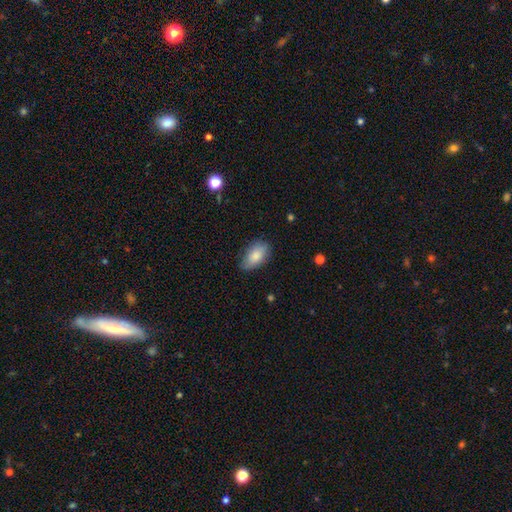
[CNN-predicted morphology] Overall: smooth (82%). How rounded: in between (92%). Merging: none (75%).